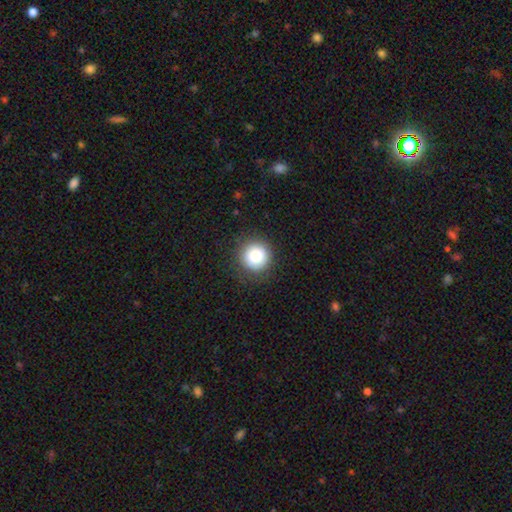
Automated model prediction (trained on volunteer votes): The model was most divided on "smooth or featured": smooth: 80%, star or artifact: 11%, featured or disk: 9%. More confident: how rounded — round (95%); merging — none (88%).